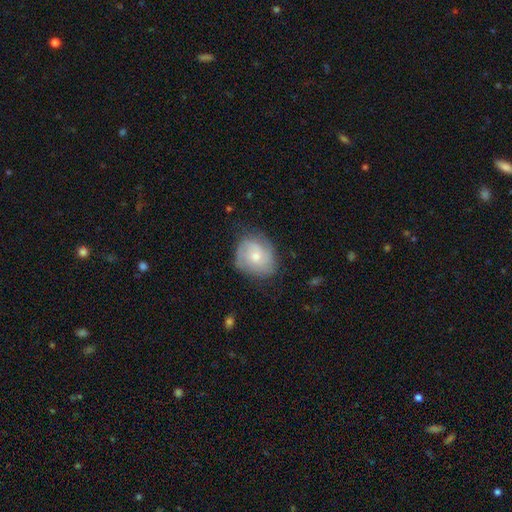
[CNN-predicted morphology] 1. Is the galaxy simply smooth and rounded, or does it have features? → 59% featured or disk, 34% smooth, 7% star or artifact.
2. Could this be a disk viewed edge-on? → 97% no, 3% yes.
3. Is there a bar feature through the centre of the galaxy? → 73% no, 23% weak, 3% strong.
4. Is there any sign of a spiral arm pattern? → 87% yes, 13% no.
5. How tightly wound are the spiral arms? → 46% tight, 40% medium, 14% loose.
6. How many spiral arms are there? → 40% 2, 26% can't tell, 22% 3, 5% 1, 4% 4, 3% more than 4.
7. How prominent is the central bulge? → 49% small, 46% moderate, 2% large, 2% none, 1% dominant.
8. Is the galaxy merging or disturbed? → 70% none, 22% minor disturbance, 7% major disturbance, 1% merger.